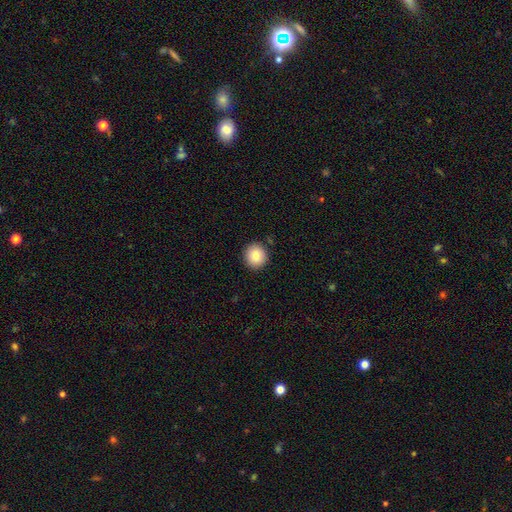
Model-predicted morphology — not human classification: A smooth galaxy with no disk features (84%) that is round (91%).

Vote fractions:
- Smooth or featured? smooth: 84% / star or artifact: 9% / featured or disk: 7%
- How rounded? round: 91% / in between: 8% / cigar-shaped: 1%
- Merging? none: 90% / minor disturbance: 6% / major disturbance: 2% / merger: 1%